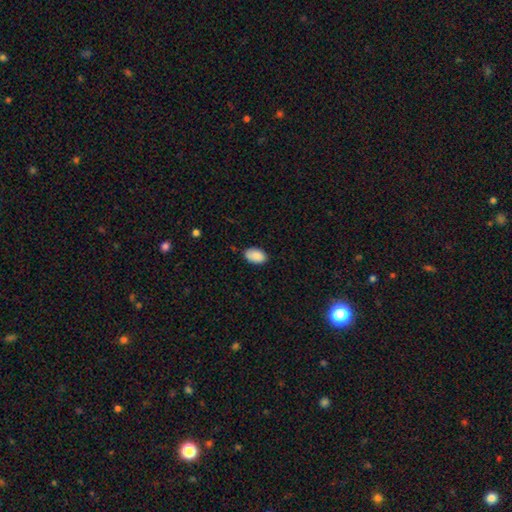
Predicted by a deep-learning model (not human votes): Smooth or featured?
  - smooth: 89% *
  - star or artifact: 7%
  - featured or disk: 4%
How rounded?
  - in between: 93% *
  - round: 6%
  - cigar-shaped: 1%
Merging?
  - none: 84% *
  - minor disturbance: 13%
  - major disturbance: 2%
  - merger: 1%